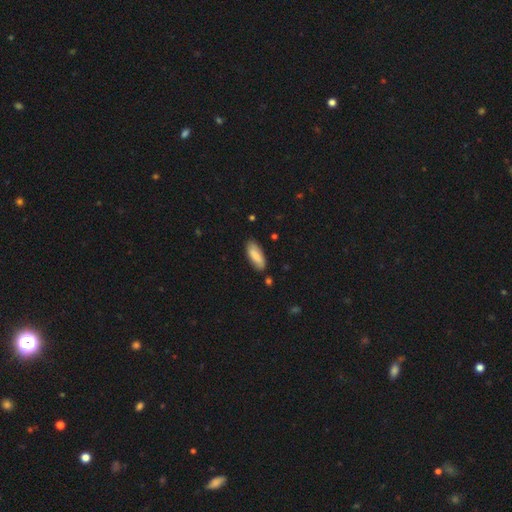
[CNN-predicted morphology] smooth_or_featured: smooth (p=0.80) [alt: featured or disk p=0.14]
how_rounded: in between (p=0.74) [alt: cigar-shaped p=0.25]
merging: none (p=0.81) [alt: minor disturbance p=0.15]